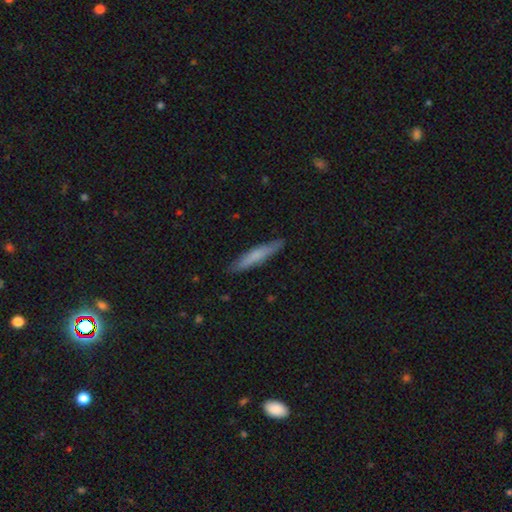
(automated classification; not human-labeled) smooth 68%, featured or disk 26%, star or artifact 6%. Down the decision tree: how rounded — cigar-shaped (93%); merging — none (87%).